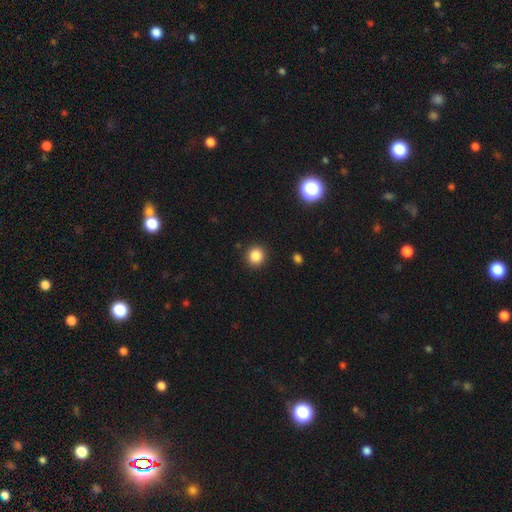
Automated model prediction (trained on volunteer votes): Overall: smooth (86%). How rounded: round (92%). Merging: none (91%).